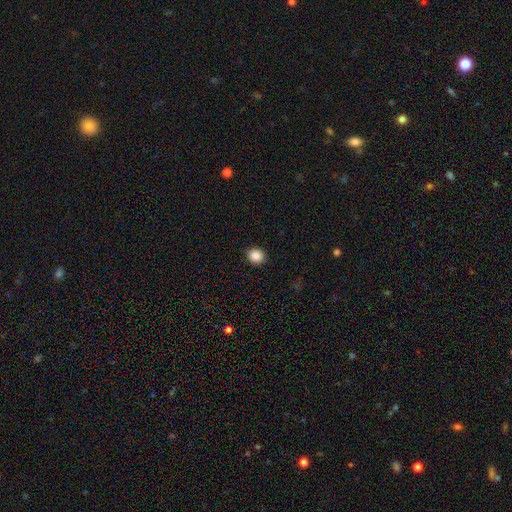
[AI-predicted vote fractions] smooth 86%, star or artifact 10%, featured or disk 4%. Down the decision tree: how rounded — round (76%); merging — none (90%).